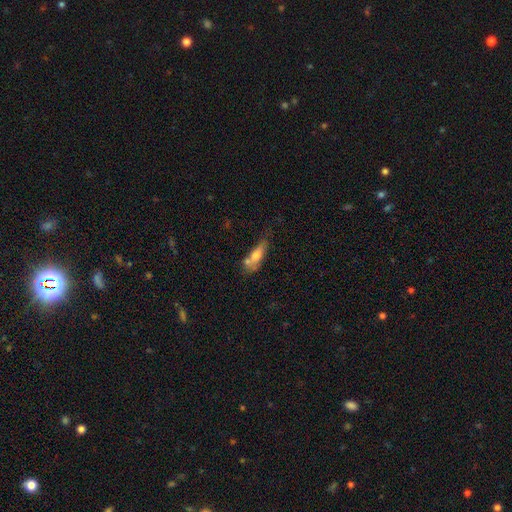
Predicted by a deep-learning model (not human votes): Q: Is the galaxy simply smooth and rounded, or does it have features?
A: smooth — 63%.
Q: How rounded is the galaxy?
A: in between — 55%.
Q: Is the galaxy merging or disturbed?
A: none — 35%.